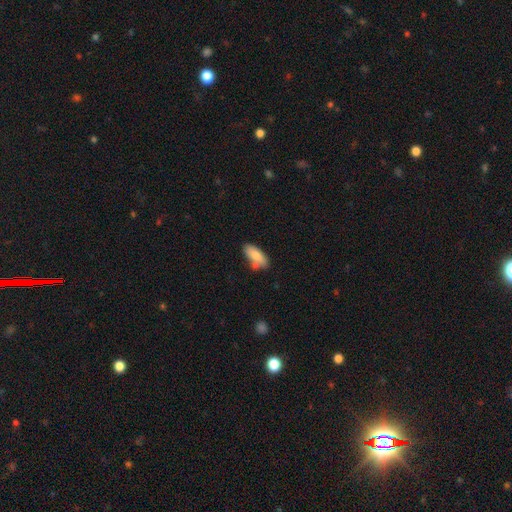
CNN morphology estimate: smooth-or-featured: smooth: 82% | featured or disk: 12% | star or artifact: 7%
  how-rounded: in between: 83% | cigar-shaped: 14% | round: 2%
  merging: none: 60% | minor disturbance: 23% | merger: 12% | major disturbance: 5%